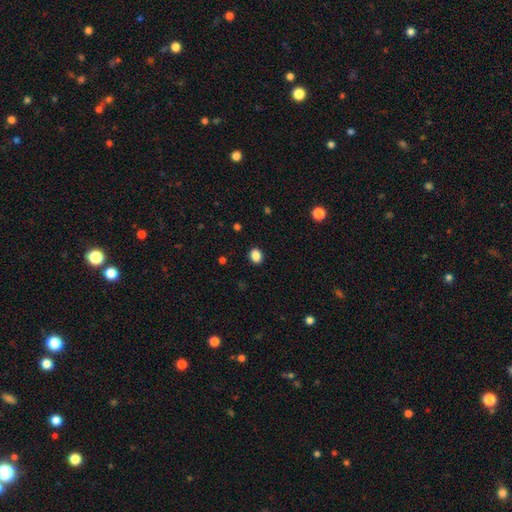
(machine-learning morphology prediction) This appears to be a smooth galaxy with no disk features (87%) that is in between round and cigar-shaped (53%). Merging: none (91%).